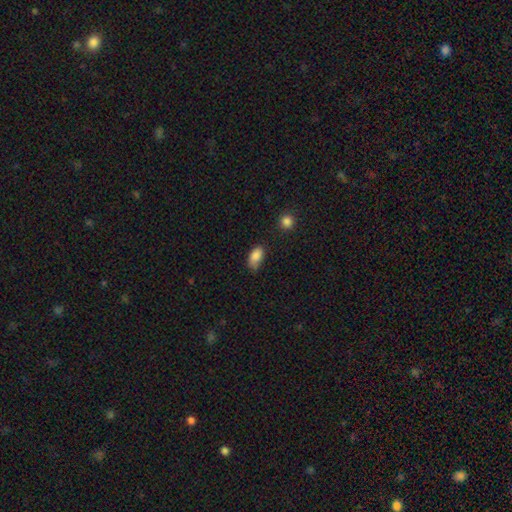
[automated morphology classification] Smooth or featured? smooth (86%)
How rounded? in between (91%)
Merging? none (58%)